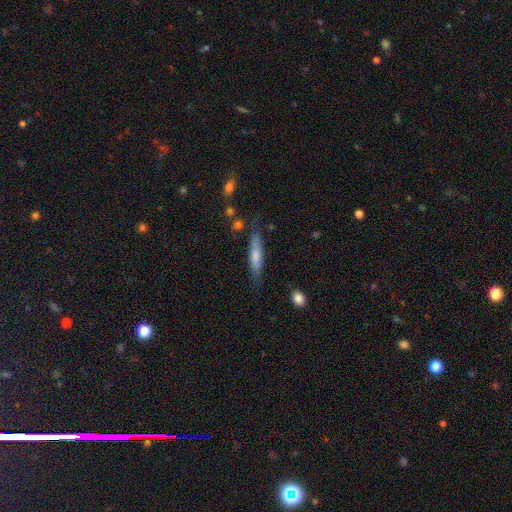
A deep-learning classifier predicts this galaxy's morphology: smooth-or-featured: smooth: 65% | featured or disk: 29% | star or artifact: 6%
  how-rounded: cigar-shaped: 79% | in between: 19% | round: 2%
  merging: none: 71% | minor disturbance: 20% | major disturbance: 6% | merger: 3%